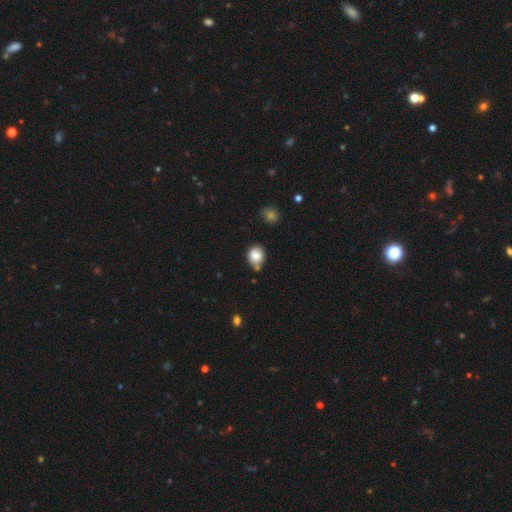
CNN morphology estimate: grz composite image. It shows a smooth galaxy with no disk features (83%) that is round (69%). Merging: none (59%).